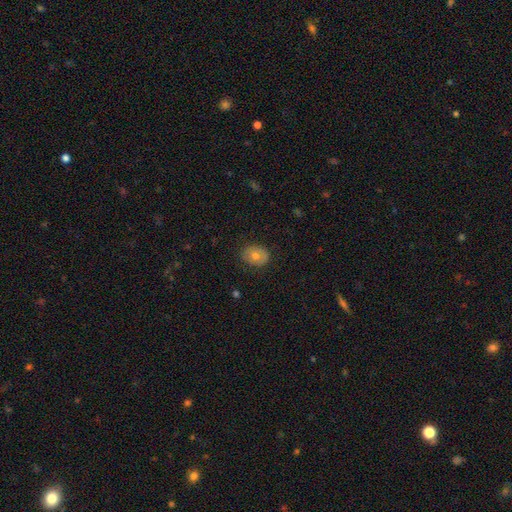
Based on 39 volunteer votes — Smooth or featured? featured or disk (51%)
Edge-on disk? no (90%)
Bar? no (89%)
Spiral arms? no (94%)
Bulge size? moderate (67%)
Merging? none (86%)